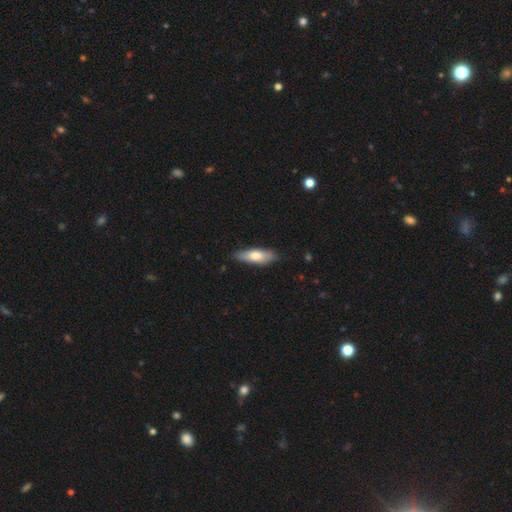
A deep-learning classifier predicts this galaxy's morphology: smooth_or_featured: smooth (p=0.68) [alt: featured or disk p=0.27]
how_rounded: in between (p=0.52) [alt: cigar-shaped p=0.46]
merging: none (p=0.82) [alt: minor disturbance p=0.15]